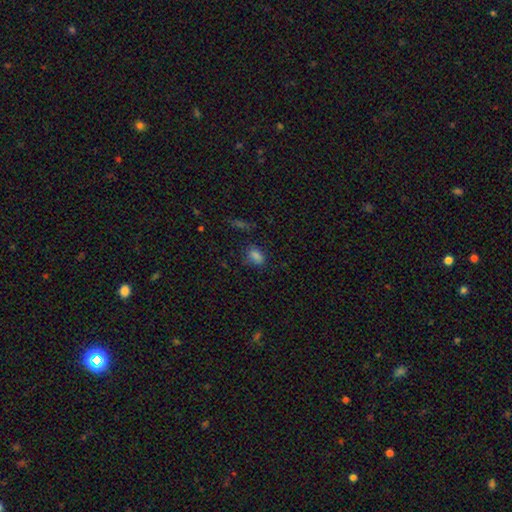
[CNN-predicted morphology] This appears to be a smooth galaxy with no disk features (78%) that is in between round and cigar-shaped (81%). Merging: none (65%).